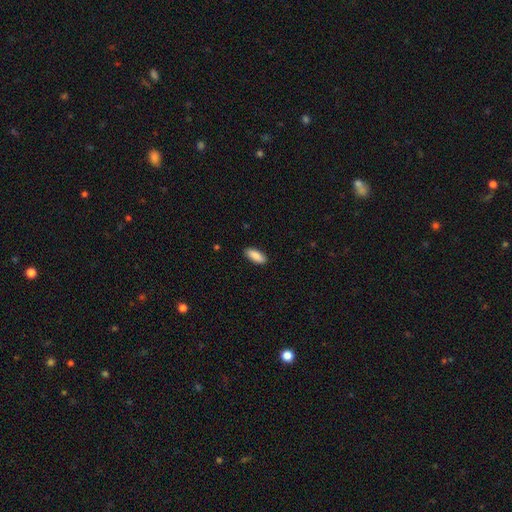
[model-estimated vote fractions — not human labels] Smooth or featured? smooth (88%)
How rounded? in between (77%)
Merging? none (90%)